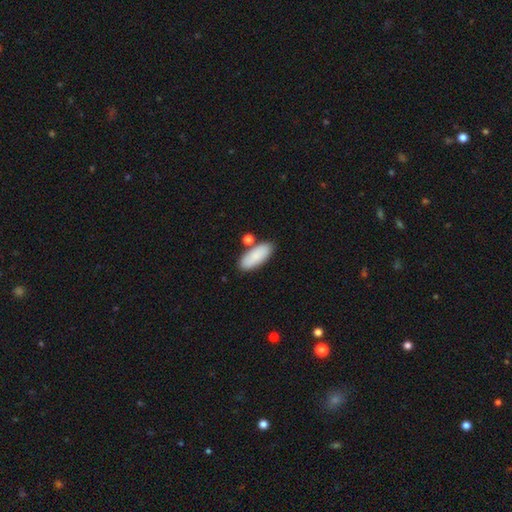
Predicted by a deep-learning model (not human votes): This is clearly a smooth galaxy (84%). How rounded: clearly in between (81%). Merging: likely none (74%).